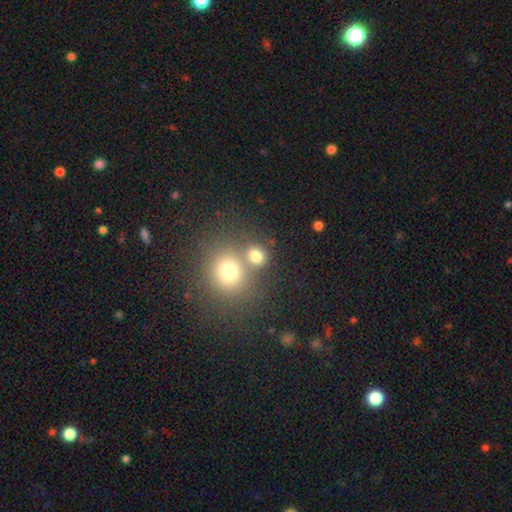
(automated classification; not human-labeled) This appears to be a smooth galaxy with no disk features (75%) that is round (73%). Merging: none (52%).